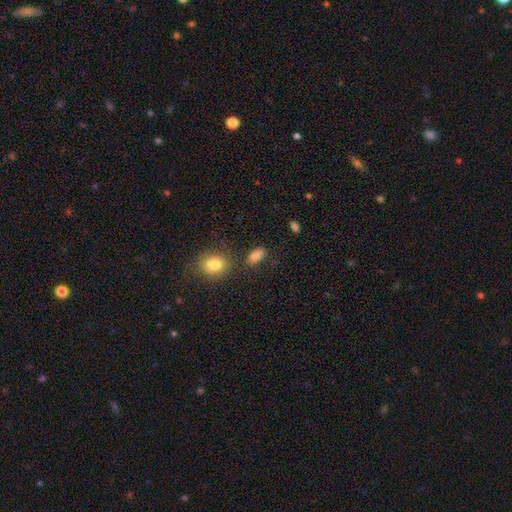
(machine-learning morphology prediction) Smooth or featured? Predicted: smooth (p=0.85). How rounded? Predicted: in between (p=0.88). Merging? Predicted: none (p=0.77).